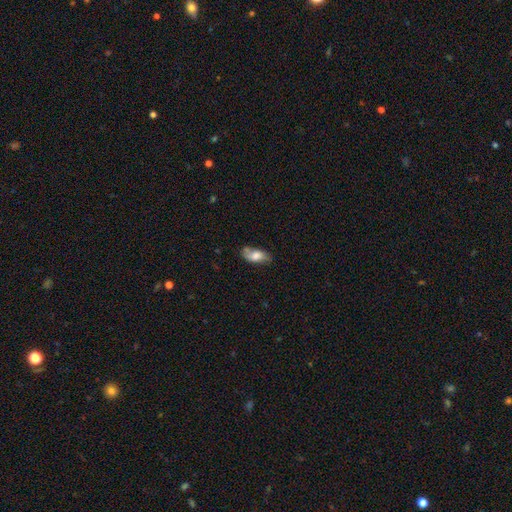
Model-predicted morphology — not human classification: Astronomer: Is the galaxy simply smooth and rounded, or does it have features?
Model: smooth — 67%.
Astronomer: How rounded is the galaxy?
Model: in between — 86%.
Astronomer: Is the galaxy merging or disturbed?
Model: none — 62%.